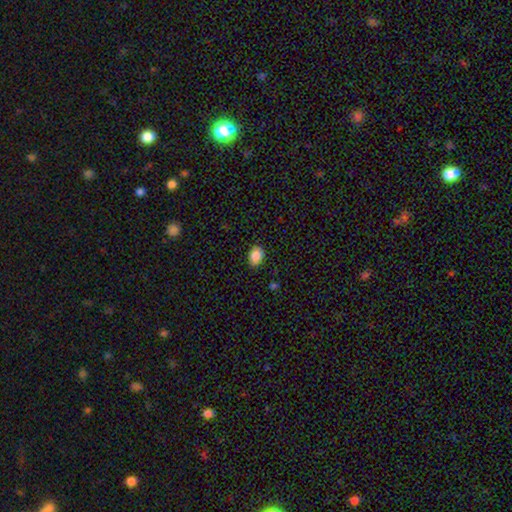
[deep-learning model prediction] Smooth or featured? smooth (87%)
How rounded? in between (64%)
Merging? none (87%)